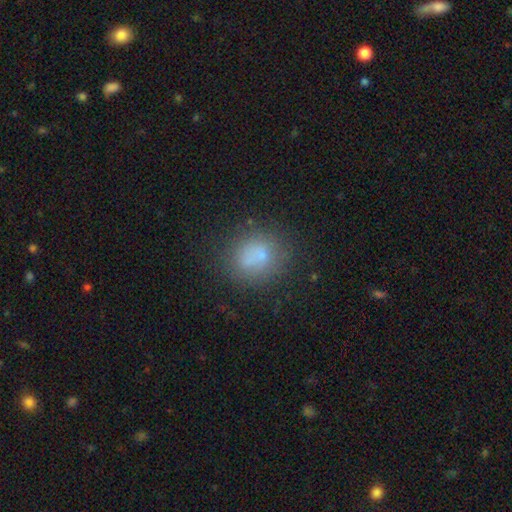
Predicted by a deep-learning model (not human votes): This is likely a smooth galaxy (68%). How rounded: likely round (74%). Merging: likely none (64%).